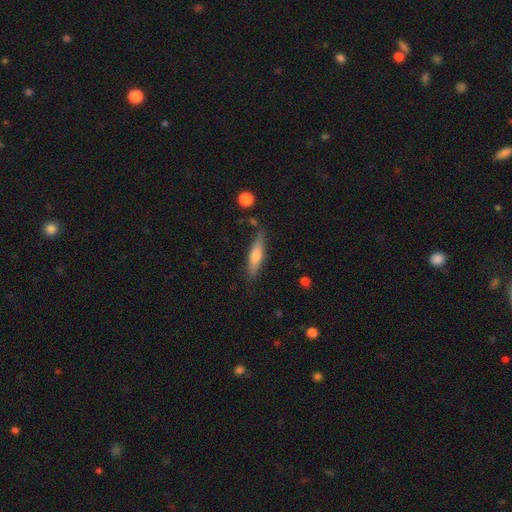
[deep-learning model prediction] Overall: smooth (51%; featured or disk 43%). How rounded: cigar-shaped (77%). Merging: none (80%).